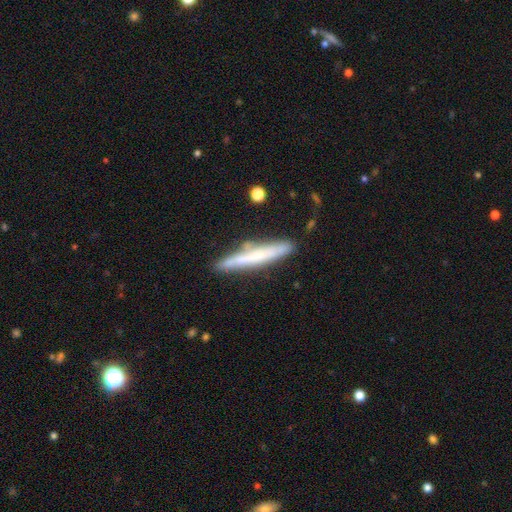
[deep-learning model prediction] The model was most divided on "smooth or featured": smooth: 47%, featured or disk: 46%, star or artifact: 7%. More confident: merging — none (78%).